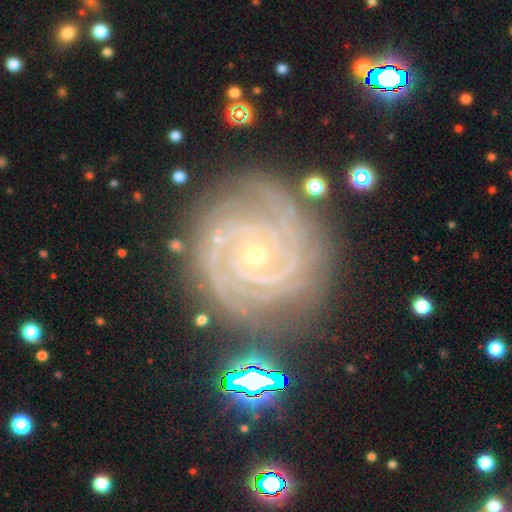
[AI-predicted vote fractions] A featured or disk galaxy (92%) with no bar (72%), 2 (35%) tight (86%) spiral arms (99%) and a small central bulge (72%). Merging: none (79%).